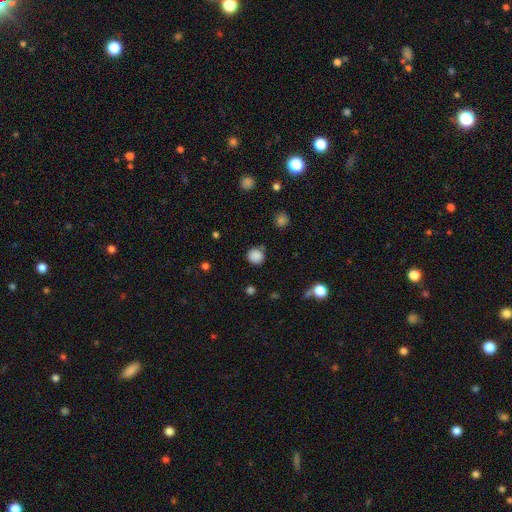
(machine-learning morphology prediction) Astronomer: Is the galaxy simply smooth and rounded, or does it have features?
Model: smooth — 85%.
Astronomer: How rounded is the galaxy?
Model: round — 90%.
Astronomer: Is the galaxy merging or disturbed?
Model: none — 81%.